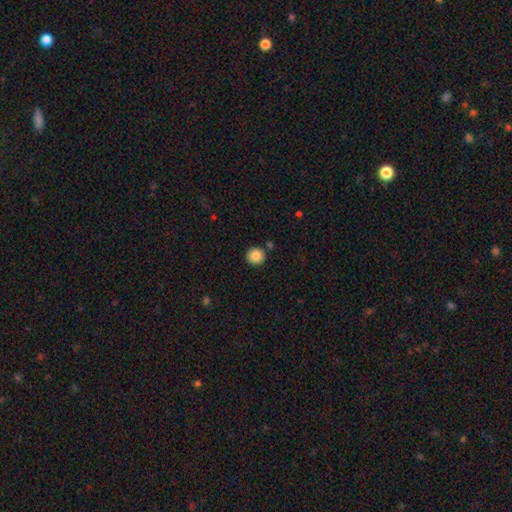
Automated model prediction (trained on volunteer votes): This is clearly a smooth galaxy (87%). How rounded: clearly round (93%). Merging: clearly none (88%).